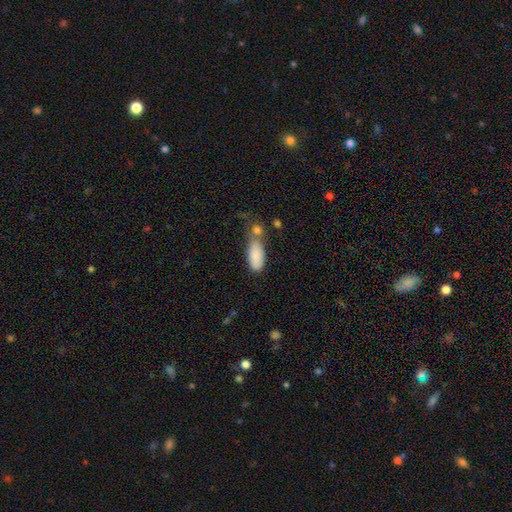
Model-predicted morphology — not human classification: smooth_or_featured: smooth (p=0.86) [alt: featured or disk p=0.07]
how_rounded: in between (p=0.83) [alt: cigar-shaped p=0.15]
merging: none (p=0.42) [alt: merger p=0.27]